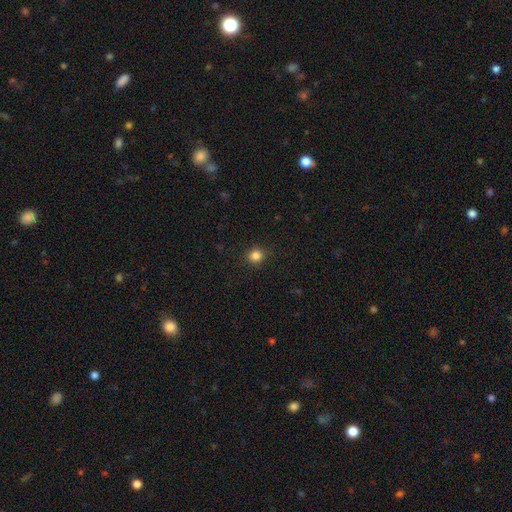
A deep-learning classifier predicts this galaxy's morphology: Smooth or featured: smooth — 85% (star or artifact — 12%)
How rounded: round — 89% (in between — 10%)
Merging: none — 90% (minor disturbance — 7%)